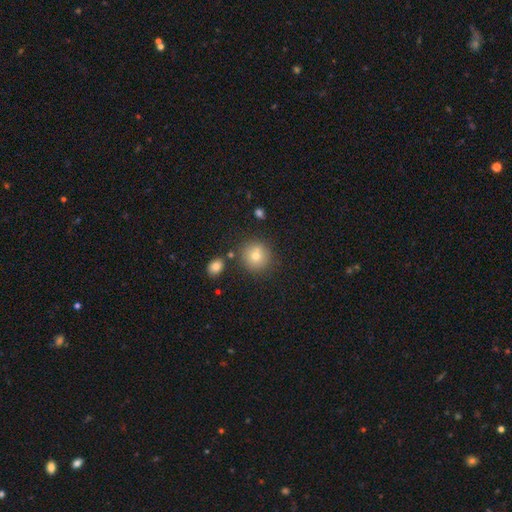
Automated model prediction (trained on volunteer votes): smooth-or-featured: smooth: 75% | star or artifact: 13% | featured or disk: 12%
  how-rounded: round: 92% | in between: 7% | cigar-shaped: 1%
  merging: none: 79% | minor disturbance: 9% | merger: 9% | major disturbance: 3%